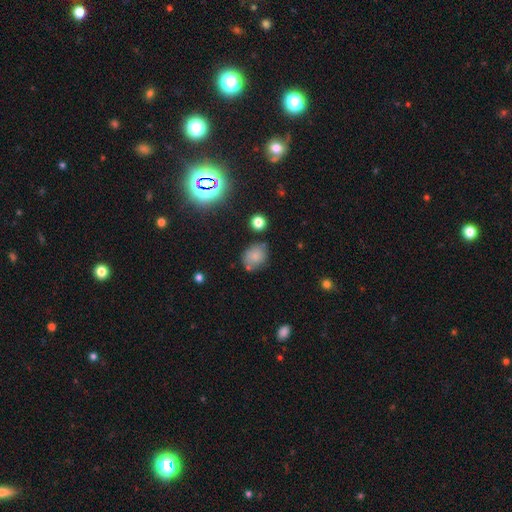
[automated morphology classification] smooth 75%, star or artifact 13%, featured or disk 12%. Down the decision tree: how rounded — in between (52%); merging — none (67%).